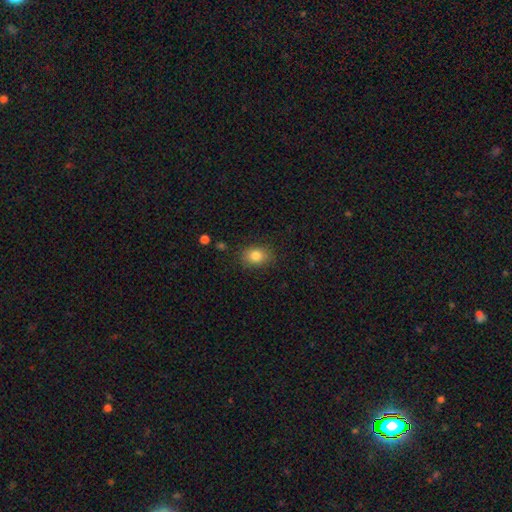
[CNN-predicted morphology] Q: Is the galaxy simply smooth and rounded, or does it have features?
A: smooth — 84%.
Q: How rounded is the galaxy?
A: in between — 67%.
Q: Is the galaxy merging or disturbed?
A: none — 85%.